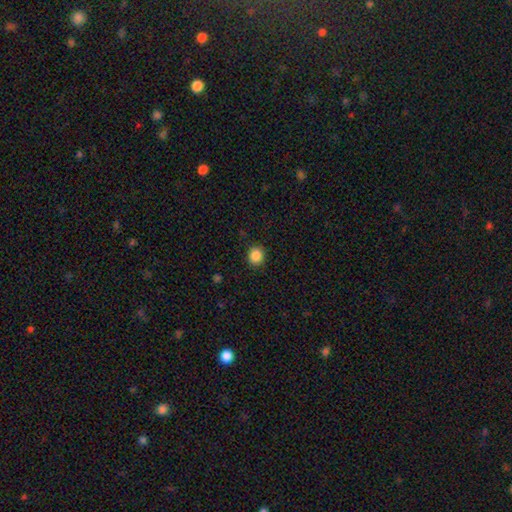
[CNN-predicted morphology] smooth 87%, star or artifact 10%, featured or disk 3%. Down the decision tree: how rounded — round (80%); merging — none (90%).